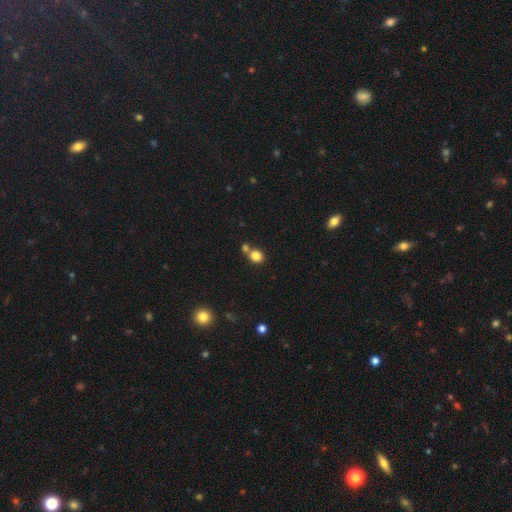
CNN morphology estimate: The model was most divided on "merging": none: 55%, merger: 33%, minor disturbance: 9%, major disturbance: 3%. More confident: smooth or featured — smooth (83%); how rounded — round (70%).